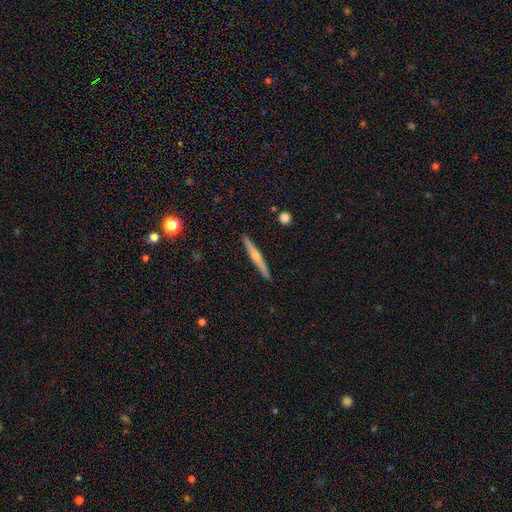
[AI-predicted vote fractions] This appears to be a featured or disk galaxy (64%) viewed edge-on (96%) with a rounded central bulge (74%). Merging: none (90%).